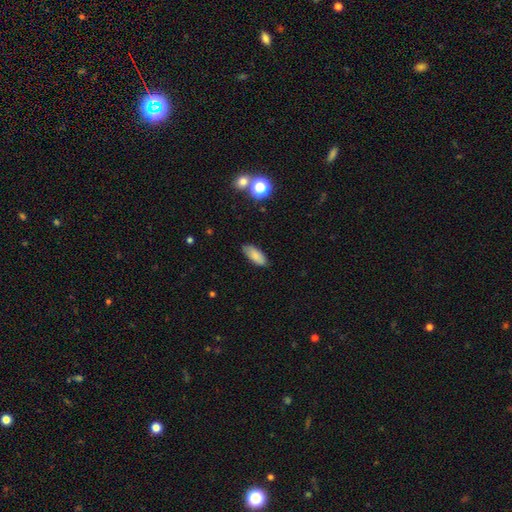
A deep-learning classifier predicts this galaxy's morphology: Q: Smooth or featured?
A: smooth (83%); runner-up: featured or disk (9%)
Q: How rounded?
A: in between (83%); runner-up: cigar-shaped (15%)
Q: Merging?
A: none (84%); runner-up: minor disturbance (13%)